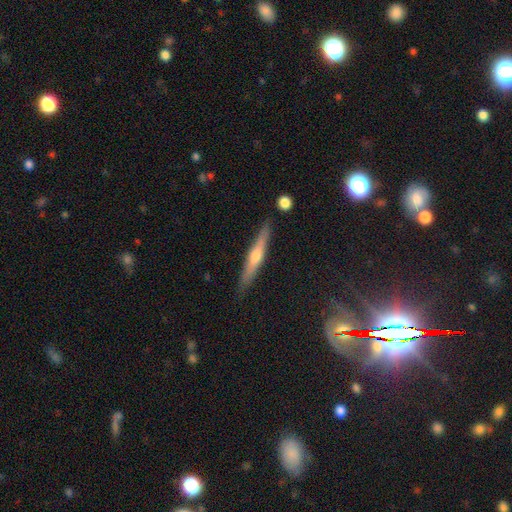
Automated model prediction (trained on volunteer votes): Morphology: type=featured or disk (63%); edge-on=yes (96%); edge-on bulge=rounded (84%); merging=none (88%).